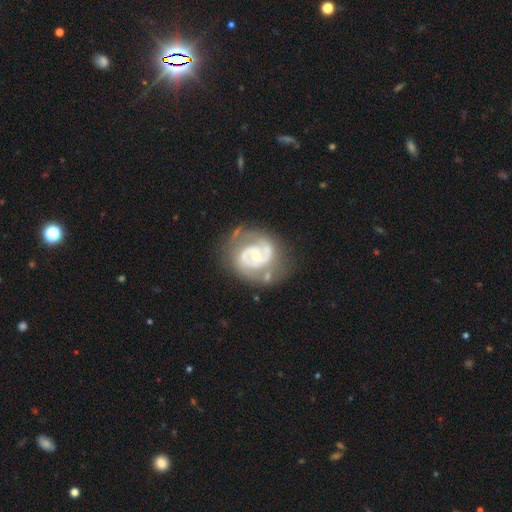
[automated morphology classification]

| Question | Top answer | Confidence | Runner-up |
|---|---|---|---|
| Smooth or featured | featured or disk | 86% | smooth (9%) |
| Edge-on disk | no | 98% | yes (2%) |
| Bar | no | 58% | weak (32%) |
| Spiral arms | yes | 93% | no (7%) |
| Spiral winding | tight | 51% | medium (39%) |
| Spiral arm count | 2 | 73% | can't tell (11%) |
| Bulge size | small | 50% | moderate (45%) |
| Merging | none | 61% | minor disturbance (21%) |